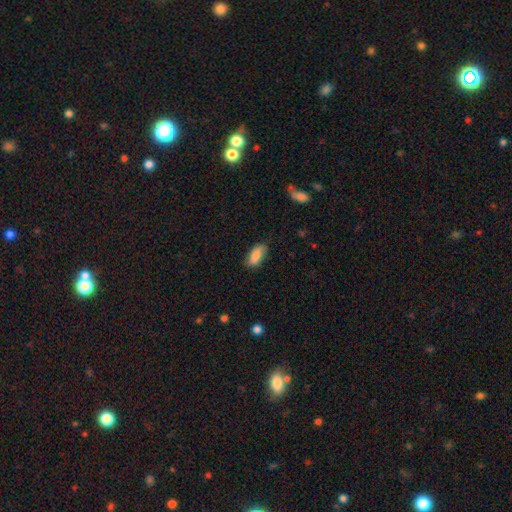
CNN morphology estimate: This is clearly a smooth galaxy (83%). How rounded: clearly in between (85%). Merging: likely none (76%).